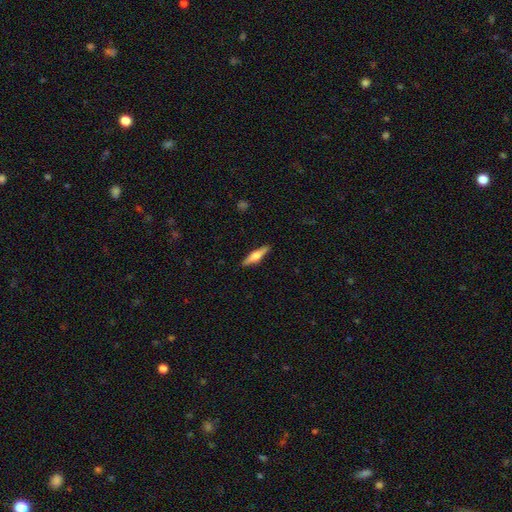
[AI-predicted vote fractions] smooth-or-featured: featured or disk: 50% | smooth: 44% | star or artifact: 6%
  disk-edge-on: yes: 95% | no: 5%
  merging: none: 90% | minor disturbance: 7% | major disturbance: 2% | merger: 1%